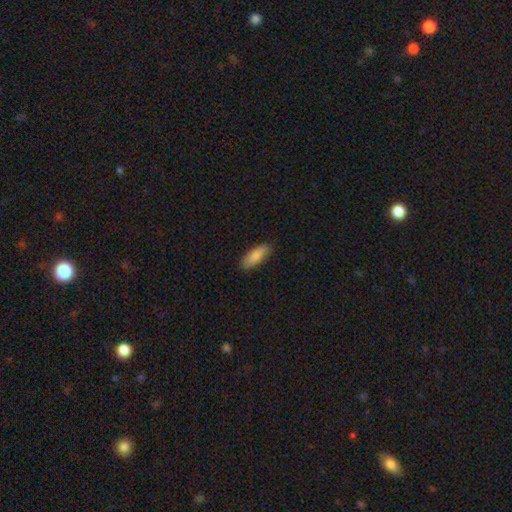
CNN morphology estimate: smooth_or_featured: smooth (p=0.85) [alt: featured or disk p=0.09]
how_rounded: in between (p=0.67) [alt: cigar-shaped p=0.31]
merging: none (p=0.85) [alt: minor disturbance p=0.11]